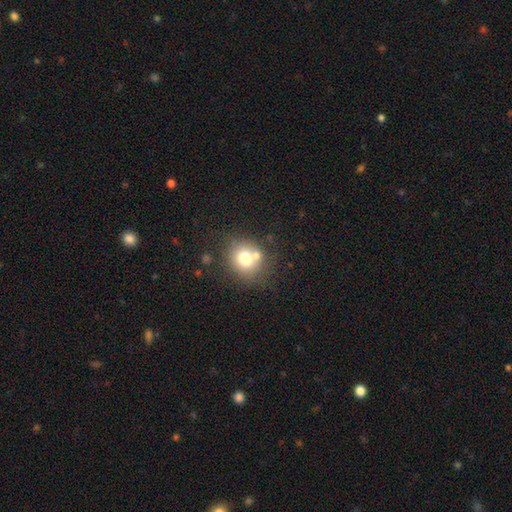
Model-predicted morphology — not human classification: The model was most divided on "merging": none: 59%, merger: 25%, minor disturbance: 12%, major disturbance: 5%. More confident: how rounded — round (78%); smooth or featured — smooth (72%).